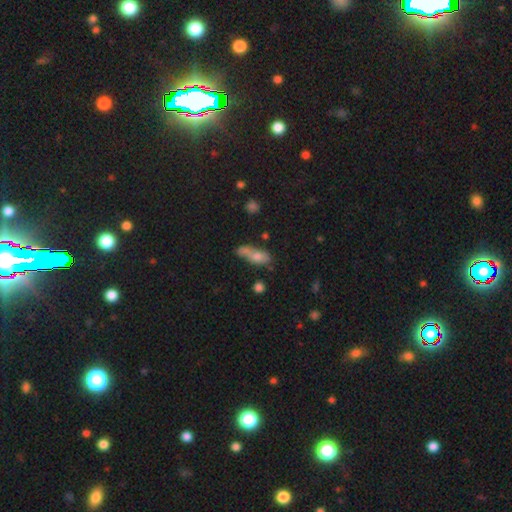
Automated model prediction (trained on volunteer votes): smooth-or-featured: smooth: 66% | featured or disk: 23% | star or artifact: 11%
  how-rounded: in between: 65% | cigar-shaped: 27% | round: 8%
  merging: none: 34% | merger: 32% | minor disturbance: 21% | major disturbance: 13%